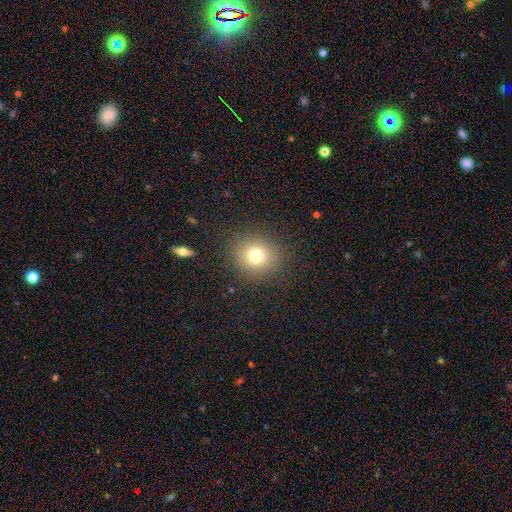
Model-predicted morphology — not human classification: Smooth or featured?
  - smooth: 74% *
  - star or artifact: 15%
  - featured or disk: 11%
How rounded?
  - round: 86% *
  - in between: 13%
  - cigar-shaped: 1%
Merging?
  - none: 88% *
  - minor disturbance: 7%
  - major disturbance: 4%
  - merger: 1%